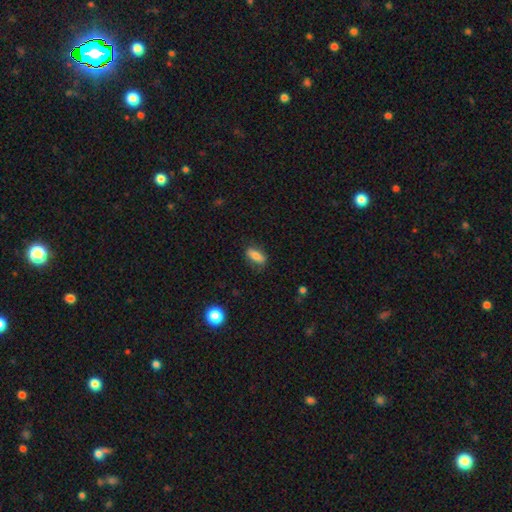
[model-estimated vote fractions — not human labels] A smooth galaxy with no disk features (78%) that is in between round and cigar-shaped (71%).

Vote fractions:
- Smooth or featured? smooth: 78% / featured or disk: 13% / star or artifact: 8%
- How rounded? in between: 71% / cigar-shaped: 24% / round: 5%
- Merging? none: 76% / minor disturbance: 17% / major disturbance: 5% / merger: 1%